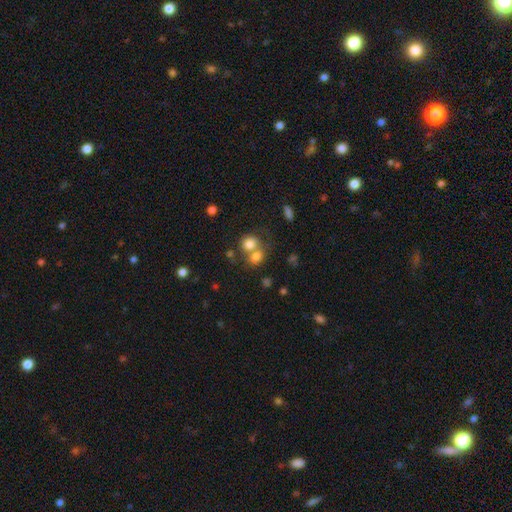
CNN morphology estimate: This is likely a smooth galaxy (75%). How rounded: likely round (60%). Merging: possibly merger (55%).